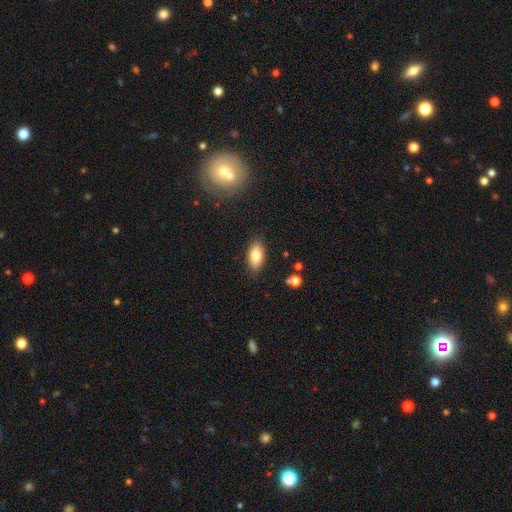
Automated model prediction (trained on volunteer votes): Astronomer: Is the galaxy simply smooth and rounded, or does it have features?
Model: smooth — 81%.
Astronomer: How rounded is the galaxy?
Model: in between — 90%.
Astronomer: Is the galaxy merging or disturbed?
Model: none — 87%.